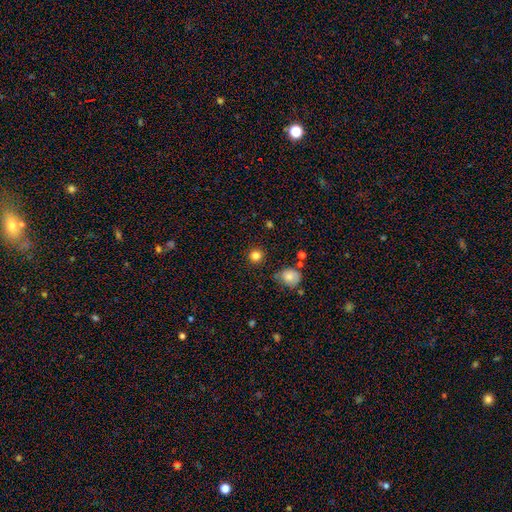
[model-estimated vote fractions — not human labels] smooth_or_featured: smooth (p=0.82) [alt: star or artifact p=0.13]
how_rounded: round (p=0.93) [alt: in between p=0.06]
merging: none (p=0.88) [alt: minor disturbance p=0.07]